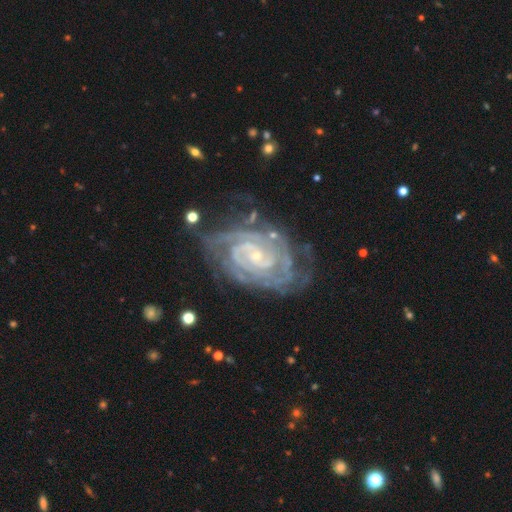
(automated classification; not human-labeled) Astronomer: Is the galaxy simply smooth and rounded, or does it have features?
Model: featured or disk — 91%.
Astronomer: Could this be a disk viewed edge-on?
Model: no — 97%.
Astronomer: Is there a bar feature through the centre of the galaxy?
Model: no — 59%.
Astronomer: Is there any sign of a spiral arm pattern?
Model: yes — 98%.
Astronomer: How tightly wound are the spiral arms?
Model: tight — 78%.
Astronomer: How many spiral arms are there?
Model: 2 — 33% (runner-up: can't tell, 22%).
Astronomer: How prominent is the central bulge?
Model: small — 81%.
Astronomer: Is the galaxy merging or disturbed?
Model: none — 65%.